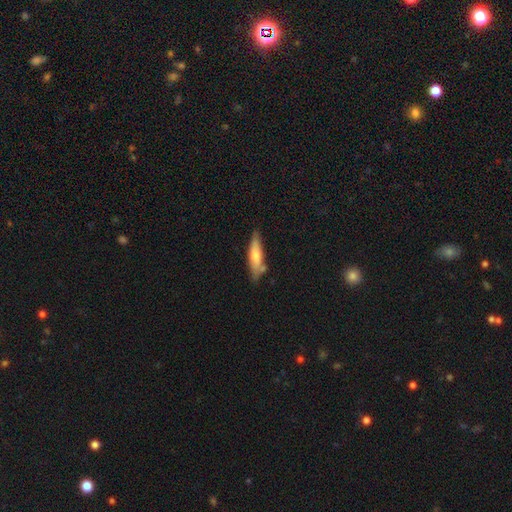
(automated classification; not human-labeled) This is likely a smooth galaxy (66%). How rounded: likely cigar-shaped (67%). Merging: likely none (63%).